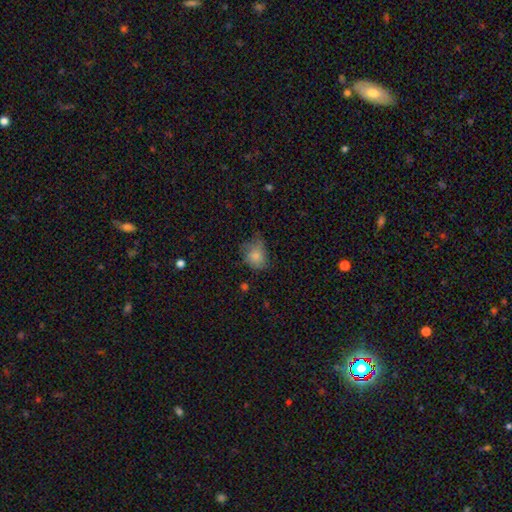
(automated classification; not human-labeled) This appears to be a smooth galaxy with no disk features (78%) that is round (51%). Merging: none (43%).